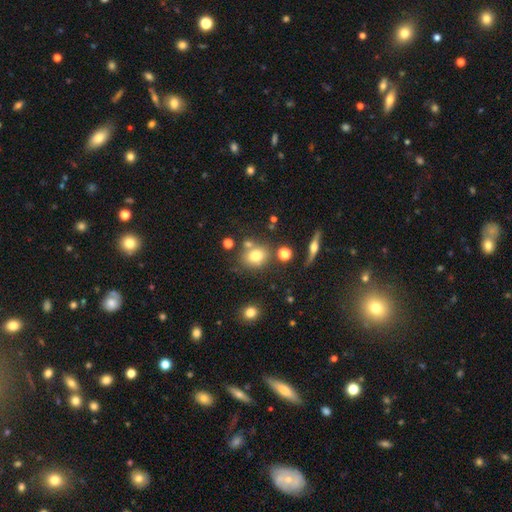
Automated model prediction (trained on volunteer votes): The model was most divided on "how rounded": round: 60%, in between: 38%, cigar-shaped: 2%. More confident: smooth or featured — smooth (75%); merging — none (66%).